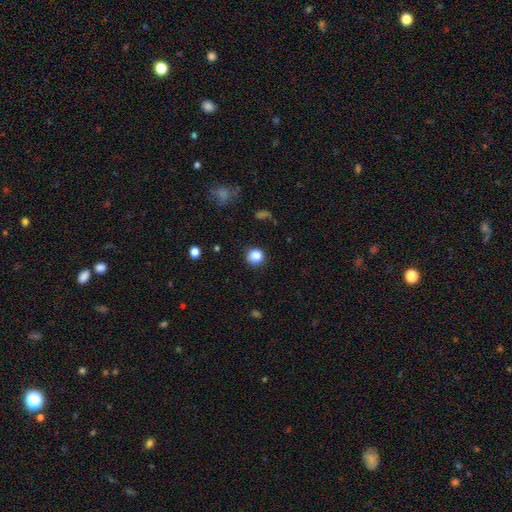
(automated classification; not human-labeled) A smooth galaxy with no disk features (86%) that is round (93%).

Vote fractions:
- Smooth or featured? smooth: 86% / star or artifact: 11% / featured or disk: 3%
- How rounded? round: 93% / in between: 6% / cigar-shaped: 1%
- Merging? none: 87% / minor disturbance: 8% / major disturbance: 3% / merger: 1%